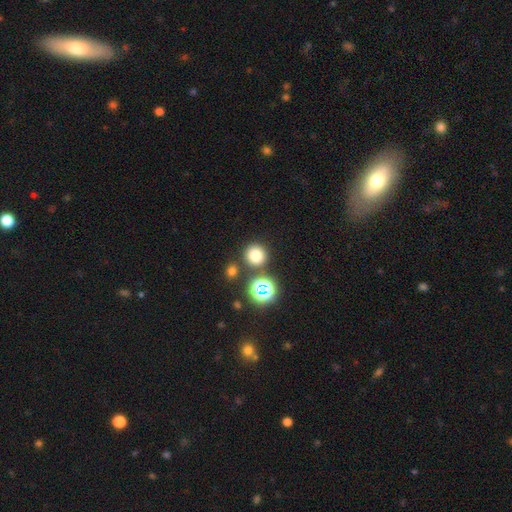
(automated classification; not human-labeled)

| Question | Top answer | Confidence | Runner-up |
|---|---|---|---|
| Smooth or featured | smooth | 74% | star or artifact (19%) |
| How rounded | round | 92% | in between (7%) |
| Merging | none | 80% | merger (9%) |